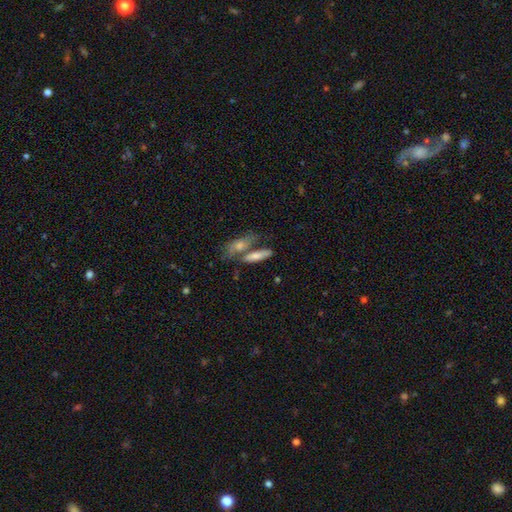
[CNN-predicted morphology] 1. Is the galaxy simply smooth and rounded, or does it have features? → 70% smooth, 23% featured or disk, 7% star or artifact.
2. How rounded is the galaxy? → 52% cigar-shaped, 45% in between, 3% round.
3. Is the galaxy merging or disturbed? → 42% none, 41% merger, 12% minor disturbance, 5% major disturbance.